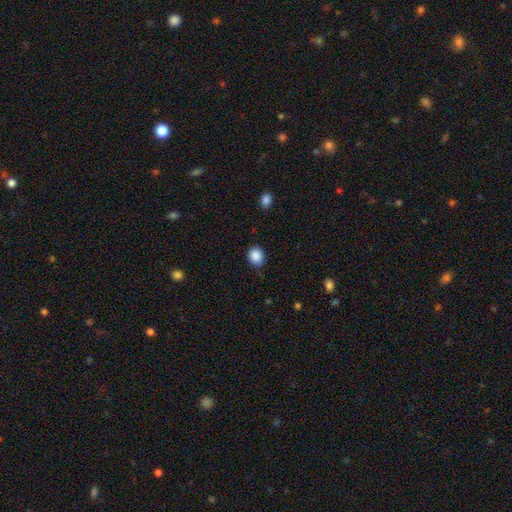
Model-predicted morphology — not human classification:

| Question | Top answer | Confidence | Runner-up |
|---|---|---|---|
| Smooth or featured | smooth | 88% | star or artifact (9%) |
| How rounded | round | 63% | in between (36%) |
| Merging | none | 77% | minor disturbance (18%) |